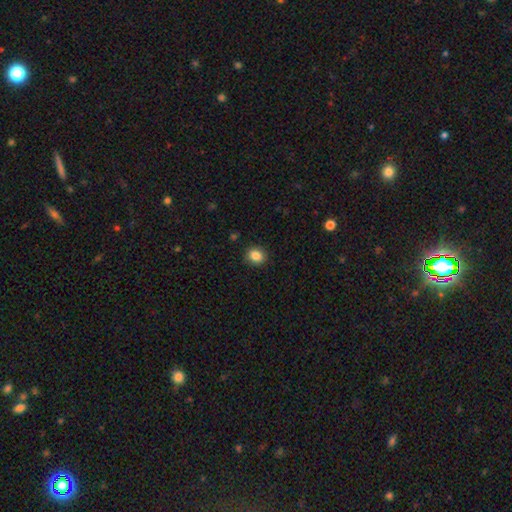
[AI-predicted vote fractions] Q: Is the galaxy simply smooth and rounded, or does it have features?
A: smooth — 86%.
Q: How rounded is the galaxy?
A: round — 69%.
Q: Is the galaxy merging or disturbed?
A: none — 90%.